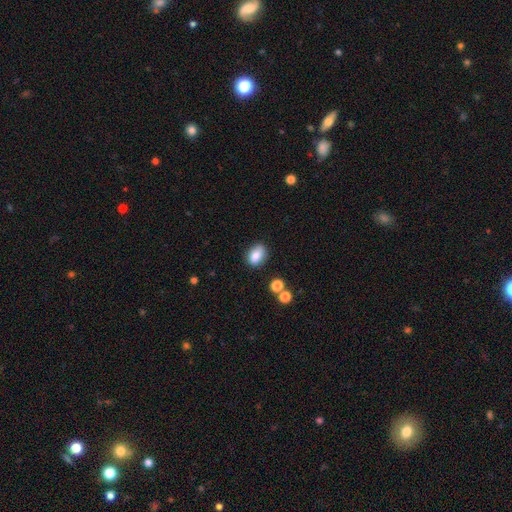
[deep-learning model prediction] smooth_or_featured: smooth (p=0.84) [alt: star or artifact p=0.09]
how_rounded: in between (p=0.80) [alt: round p=0.19]
merging: none (p=0.79) [alt: minor disturbance p=0.14]